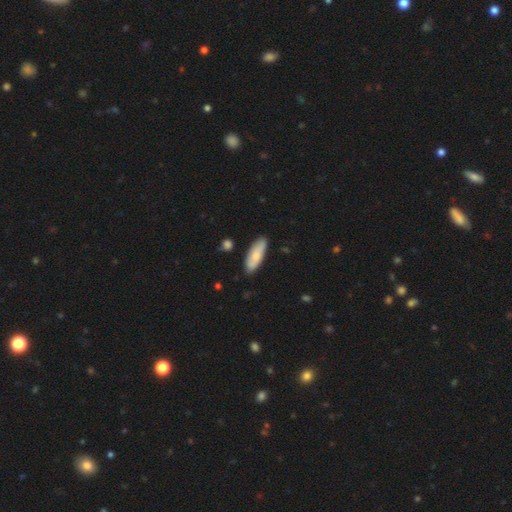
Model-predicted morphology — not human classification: smooth 77%, featured or disk 18%, star or artifact 5%. Down the decision tree: how rounded — in between (64%); merging — none (83%).